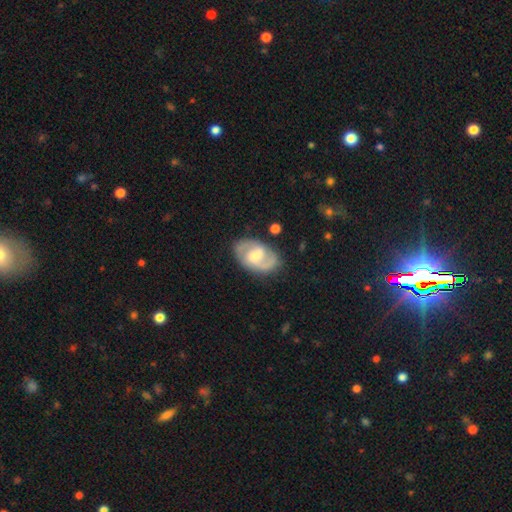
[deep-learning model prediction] Smooth or featured? Predicted: featured or disk (p=0.77). Edge-on disk? Predicted: no (p=0.97). Bar? Predicted: weak (p=0.56). Spiral arms? Predicted: yes (p=0.92). Spiral winding? Predicted: medium (p=0.53). Spiral arm count? Predicted: 2 (p=0.86). Bulge size? Predicted: moderate (p=0.54). Merging? Predicted: none (p=0.78).